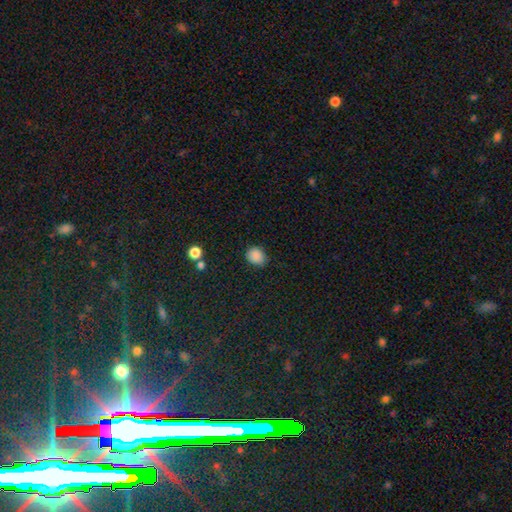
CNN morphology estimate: This appears to be a smooth galaxy with no disk features (87%) that is round (62%). Merging: none (80%).